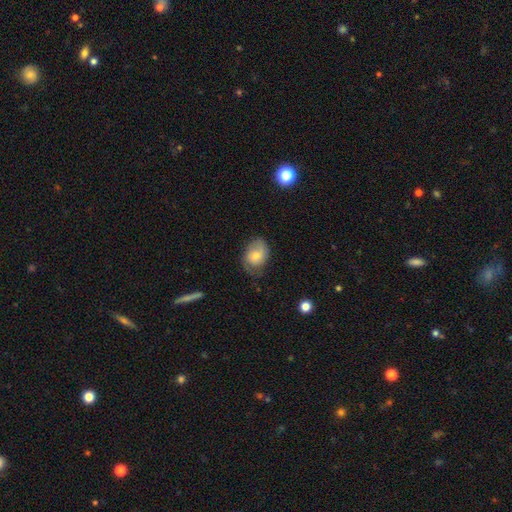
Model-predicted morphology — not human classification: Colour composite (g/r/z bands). It shows a smooth galaxy with no disk features (58%) that is in between round and cigar-shaped (66%). Merging: none (56%).